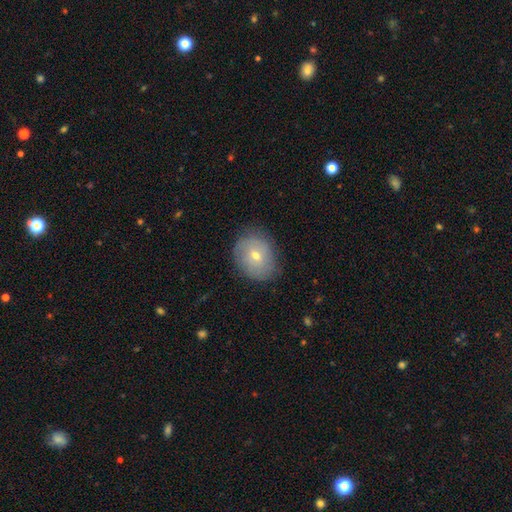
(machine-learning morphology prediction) Smooth or featured? Predicted: smooth (p=0.52). How rounded? Predicted: round (p=0.57). Merging? Predicted: none (p=0.78).